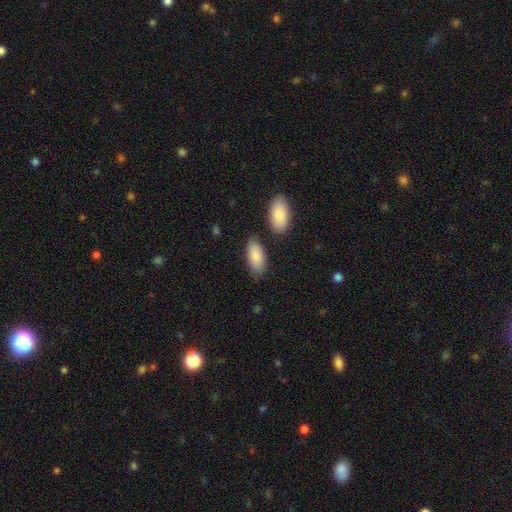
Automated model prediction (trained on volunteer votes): Smooth or featured?
  - smooth: 87% *
  - featured or disk: 7%
  - star or artifact: 6%
How rounded?
  - in between: 91% *
  - cigar-shaped: 6%
  - round: 2%
Merging?
  - none: 74% *
  - minor disturbance: 14%
  - merger: 8%
  - major disturbance: 4%